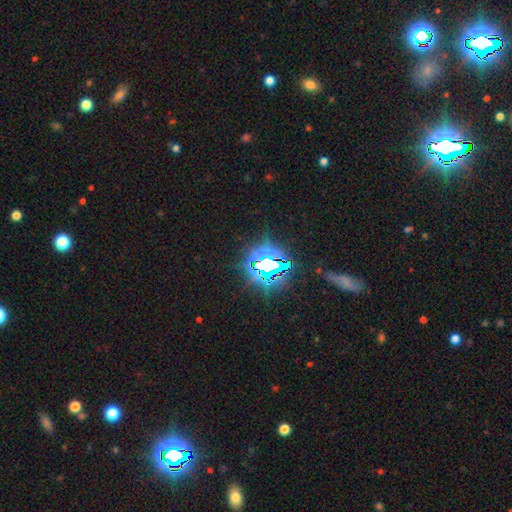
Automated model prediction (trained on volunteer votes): Smooth or featured? Predicted: star or artifact (p=0.79).